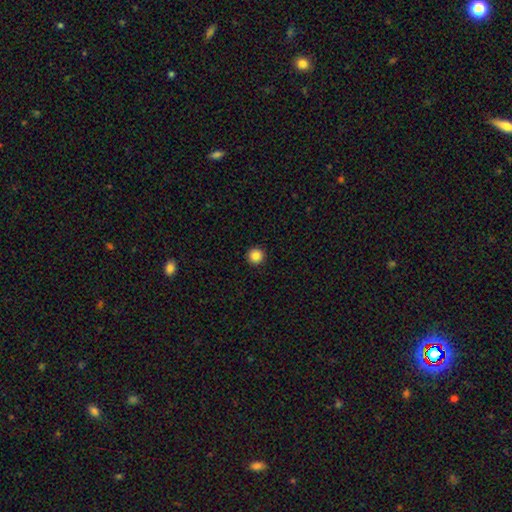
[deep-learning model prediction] This appears to be a smooth galaxy with no disk features (86%) that is round (96%). Merging: none (94%).